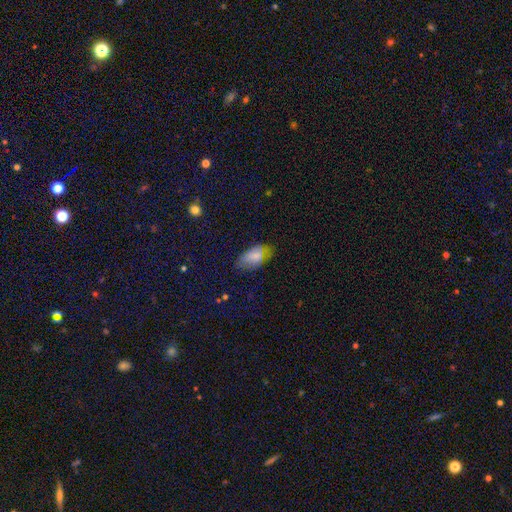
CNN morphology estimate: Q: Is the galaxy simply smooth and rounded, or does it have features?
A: smooth — 73%.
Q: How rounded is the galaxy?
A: in between — 92%.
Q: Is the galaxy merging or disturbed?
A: none — 60%.